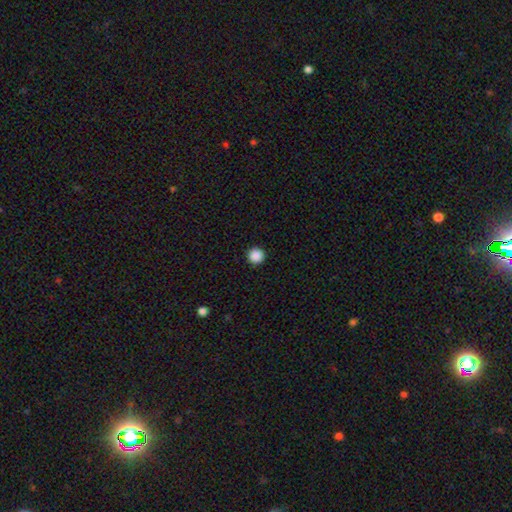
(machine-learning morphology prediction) type=smooth (88%); roundness=round (96%); merging=none (93%).